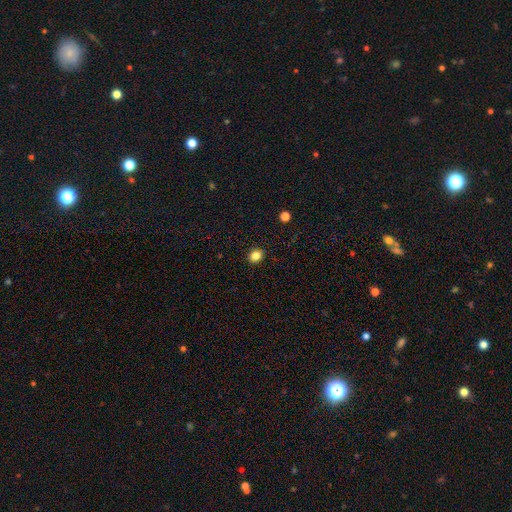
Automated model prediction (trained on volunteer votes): Smooth or featured?
  - smooth: 84% *
  - star or artifact: 12%
  - featured or disk: 5%
How rounded?
  - round: 67% *
  - in between: 32%
  - cigar-shaped: 1%
Merging?
  - none: 91% *
  - minor disturbance: 6%
  - major disturbance: 2%
  - merger: 1%